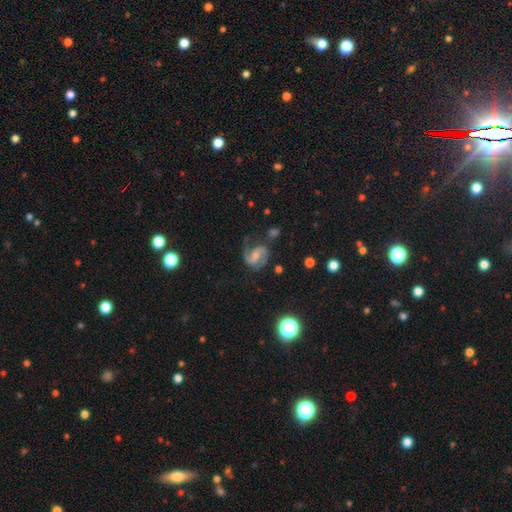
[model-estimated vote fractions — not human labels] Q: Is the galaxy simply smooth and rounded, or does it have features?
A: featured or disk — 85%.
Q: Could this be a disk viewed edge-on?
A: no — 98%.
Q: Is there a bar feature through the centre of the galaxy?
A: weak — 49%.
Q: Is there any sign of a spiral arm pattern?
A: yes — 97%.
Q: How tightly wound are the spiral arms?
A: medium — 58%.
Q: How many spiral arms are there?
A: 2 — 91%.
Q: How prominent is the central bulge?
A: small — 40%.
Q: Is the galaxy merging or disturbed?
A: none — 69%.